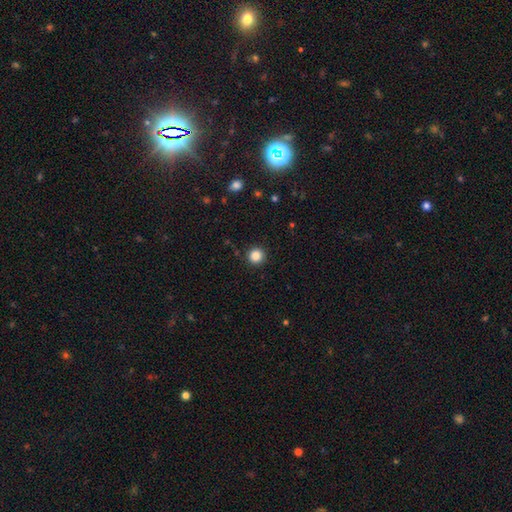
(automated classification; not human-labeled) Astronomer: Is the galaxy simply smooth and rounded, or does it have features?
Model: smooth — 86%.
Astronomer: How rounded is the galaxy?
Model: round — 95%.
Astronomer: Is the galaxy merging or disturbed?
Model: none — 92%.